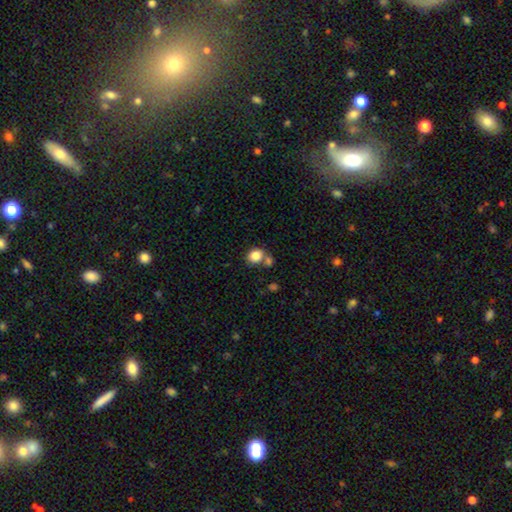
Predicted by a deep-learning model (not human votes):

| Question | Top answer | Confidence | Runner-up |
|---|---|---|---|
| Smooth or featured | smooth | 84% | star or artifact (10%) |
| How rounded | round | 59% | in between (40%) |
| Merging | none | 58% | merger (27%) |